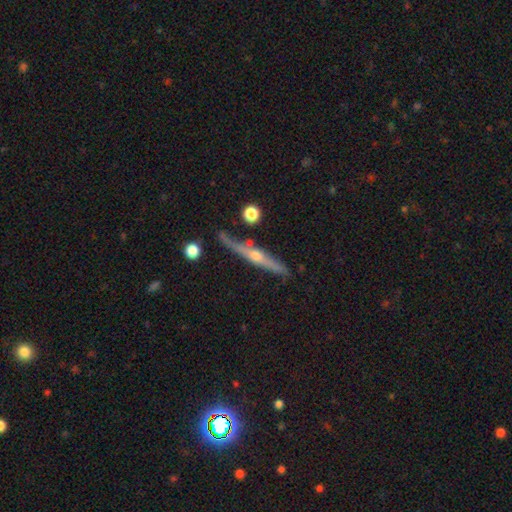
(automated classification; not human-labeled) smooth-or-featured: featured or disk: 78% | smooth: 15% | star or artifact: 7%
  disk-edge-on: yes: 95% | no: 5%
    edge-on-bulge: rounded: 88% | none: 8% | boxy: 4%
  merging: none: 77% | minor disturbance: 15% | merger: 4% | major disturbance: 4%